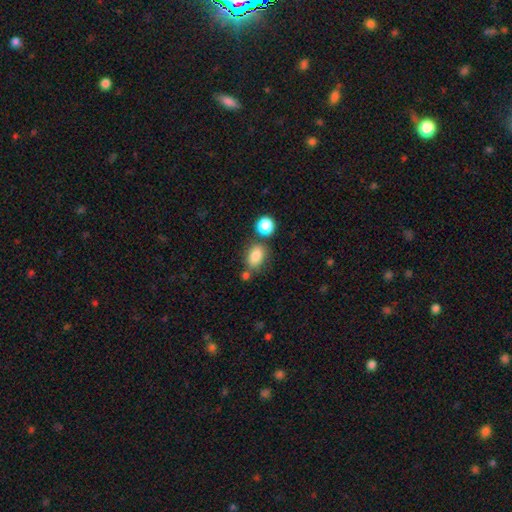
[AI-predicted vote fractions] A smooth galaxy with no disk features (84%) that is in between round and cigar-shaped (79%).

Vote fractions:
- Smooth or featured? smooth: 84% / star or artifact: 10% / featured or disk: 7%
- How rounded? in between: 79% / round: 20% / cigar-shaped: 2%
- Merging? none: 66% / merger: 15% / minor disturbance: 14% / major disturbance: 5%